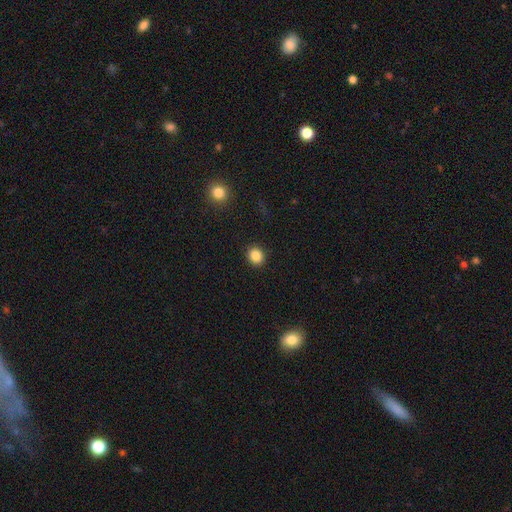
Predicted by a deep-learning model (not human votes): This is clearly a smooth galaxy (86%). How rounded: likely round (69%). Merging: clearly none (91%).